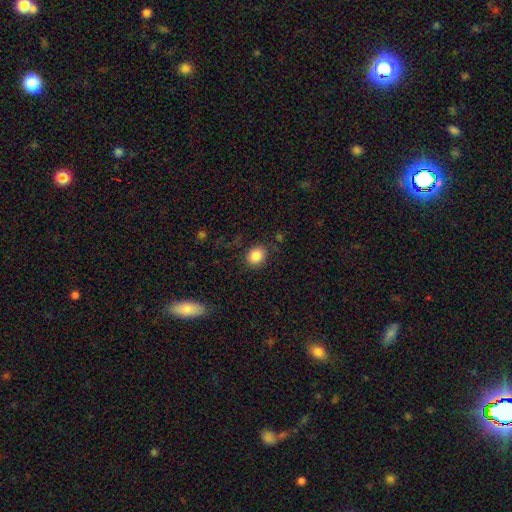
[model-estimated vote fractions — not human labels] Smooth or featured?
  - smooth: 86% *
  - star or artifact: 9%
  - featured or disk: 5%
How rounded?
  - round: 58% *
  - in between: 41%
  - cigar-shaped: 1%
Merging?
  - none: 81% *
  - minor disturbance: 12%
  - major disturbance: 4%
  - merger: 2%